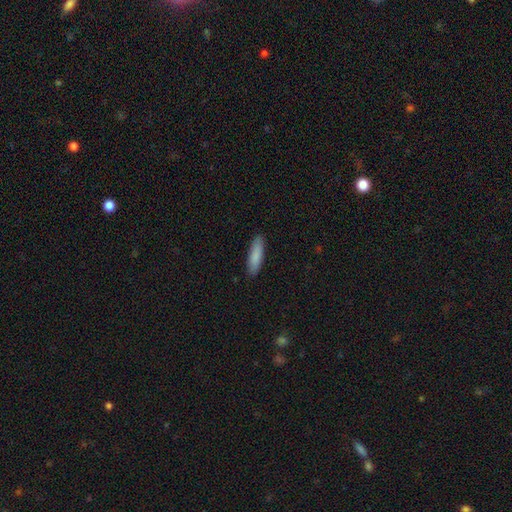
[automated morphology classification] smooth 87%, featured or disk 7%, star or artifact 5%. Down the decision tree: how rounded — cigar-shaped (70%); merging — none (90%).